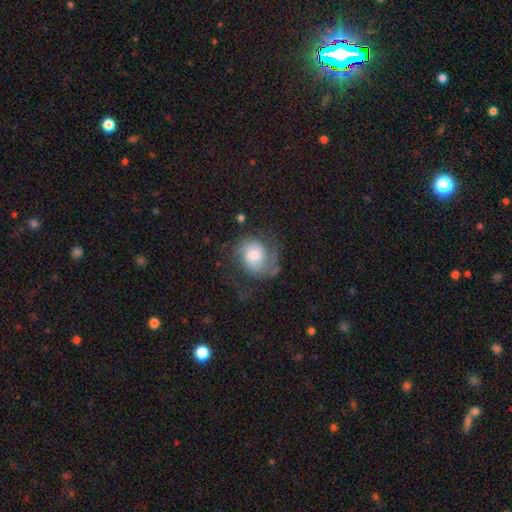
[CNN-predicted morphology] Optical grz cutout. It shows a featured or disk galaxy (63%) with no bar (74%), 2 (64%) medium (42%) spiral arms (88%) and a moderate central bulge (56%). Merging: none (51%).